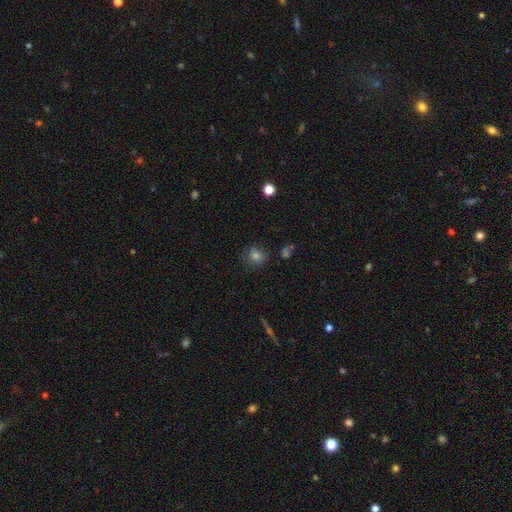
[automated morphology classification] The model was most divided on "smooth or featured": smooth: 71%, star or artifact: 16%, featured or disk: 13%. More confident: how rounded — round (83%); merging — none (76%).